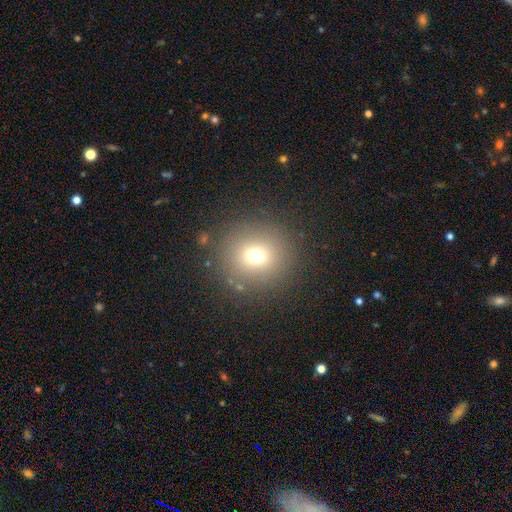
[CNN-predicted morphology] Smooth or featured?
  - smooth: 70% *
  - star or artifact: 18%
  - featured or disk: 12%
How rounded?
  - round: 93% *
  - in between: 6%
  - cigar-shaped: 1%
Merging?
  - none: 86% *
  - minor disturbance: 7%
  - major disturbance: 5%
  - merger: 2%